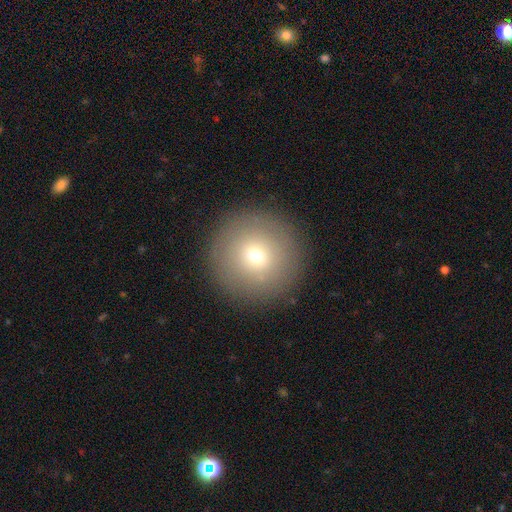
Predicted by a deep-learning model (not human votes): A smooth galaxy with no disk features (70%) that is round (96%). Merging: none (91%).